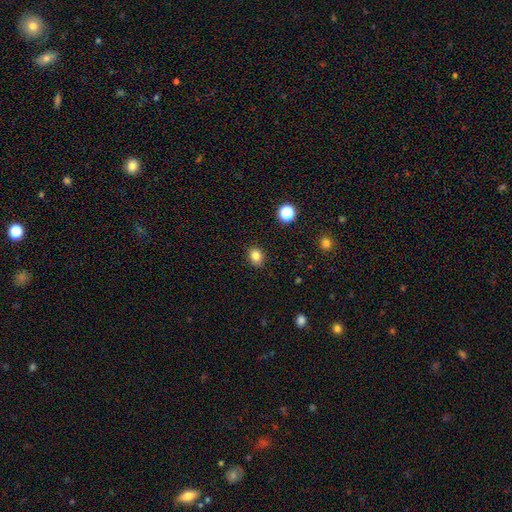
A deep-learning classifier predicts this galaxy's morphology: This appears to be a smooth galaxy with no disk features (82%) that is round (55%). Merging: none (88%).